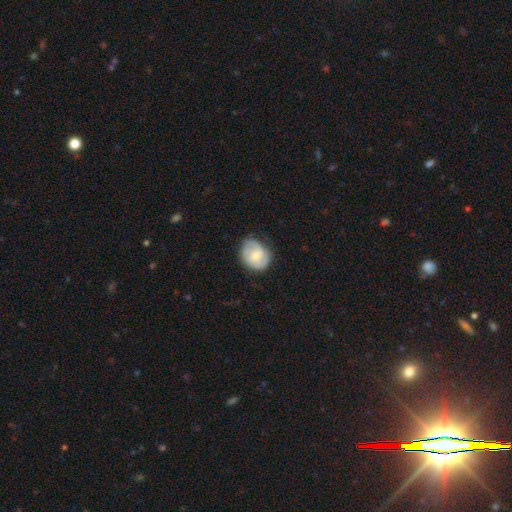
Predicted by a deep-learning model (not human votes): The model was most divided on "smooth or featured": smooth: 48%, featured or disk: 45%, star or artifact: 6%. More confident: merging — none (67%).